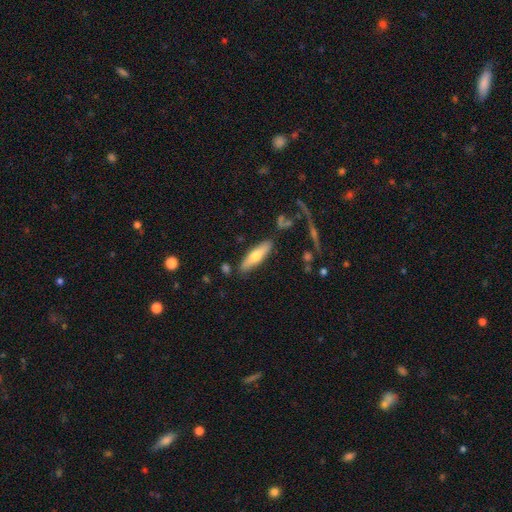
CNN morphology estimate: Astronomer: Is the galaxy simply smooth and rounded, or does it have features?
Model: smooth — 56% (runner-up: featured or disk, 38%).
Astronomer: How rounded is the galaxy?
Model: cigar-shaped — 68%.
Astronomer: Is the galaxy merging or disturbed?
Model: none — 84%.